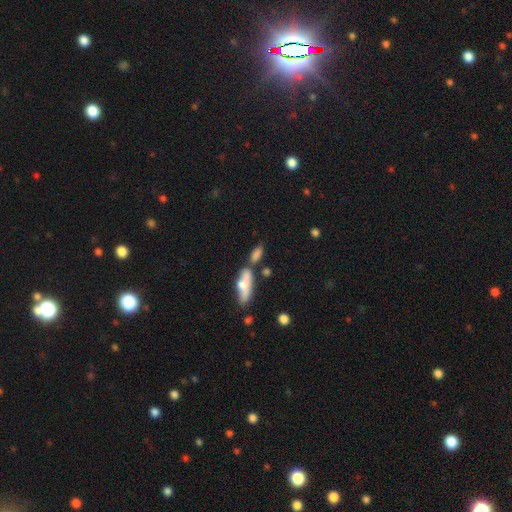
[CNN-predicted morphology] A smooth galaxy with no disk features (64%) that is in between round and cigar-shaped (56%). Merging: none (47%).